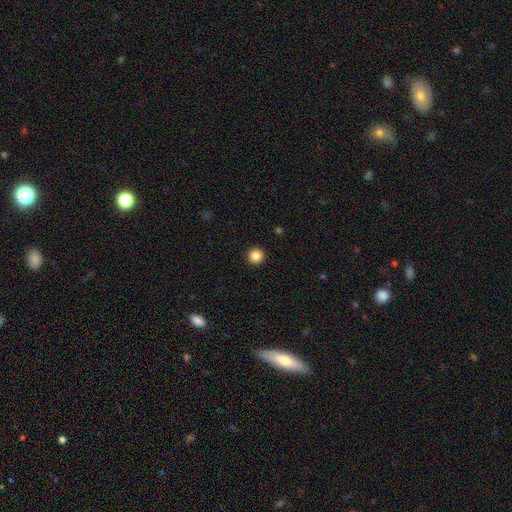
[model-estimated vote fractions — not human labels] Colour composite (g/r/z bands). It shows a smooth galaxy with no disk features (86%) that is round (96%). Merging: none (94%).